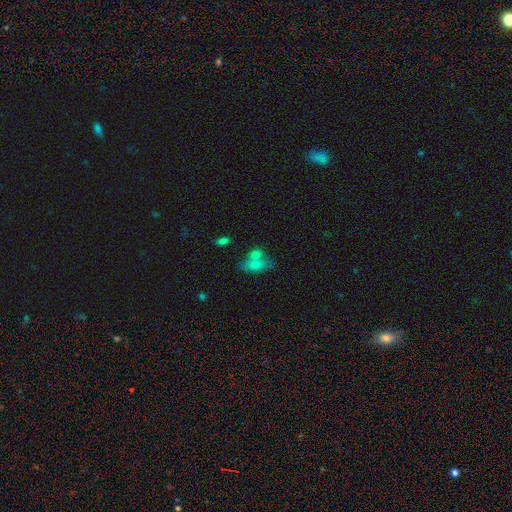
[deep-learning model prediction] smooth_or_featured: smooth (p=0.72) [alt: featured or disk p=0.18]
how_rounded: in between (p=0.82) [alt: round p=0.13]
merging: merger (p=0.44) [alt: none p=0.36]